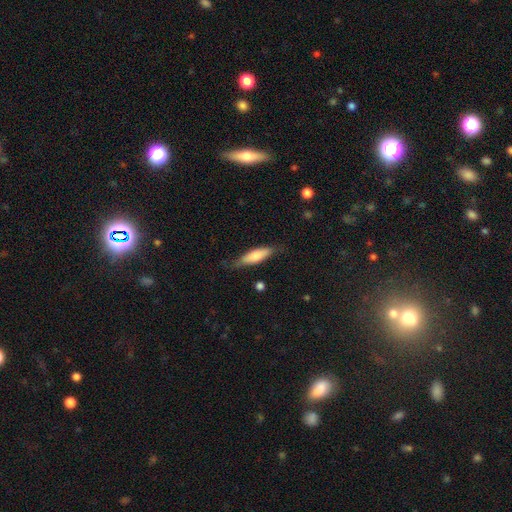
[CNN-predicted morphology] A smooth galaxy with no disk features (71%) that is cigar-shaped (55%).

Vote fractions:
- Smooth or featured? smooth: 71% / featured or disk: 23% / star or artifact: 6%
- How rounded? cigar-shaped: 55% / in between: 44% / round: 2%
- Merging? none: 74% / minor disturbance: 20% / major disturbance: 4% / merger: 2%